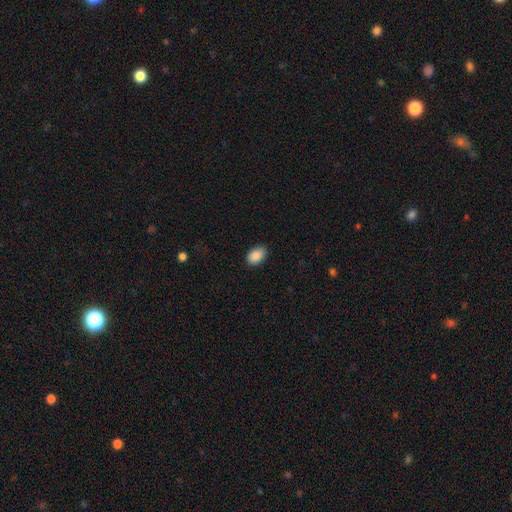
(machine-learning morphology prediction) smooth_or_featured: smooth (p=0.89) [alt: star or artifact p=0.07]
how_rounded: in between (p=0.86) [alt: round p=0.13]
merging: none (p=0.83) [alt: minor disturbance p=0.14]